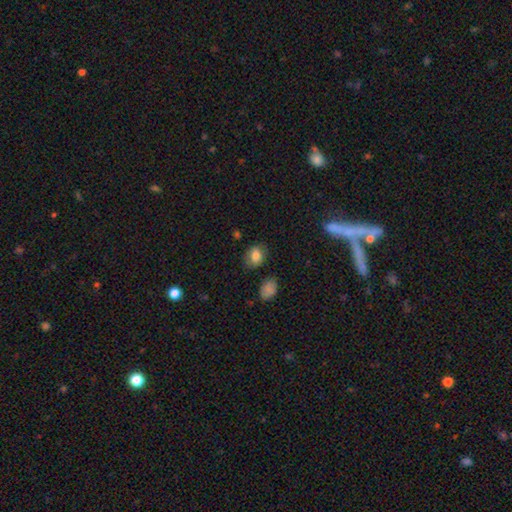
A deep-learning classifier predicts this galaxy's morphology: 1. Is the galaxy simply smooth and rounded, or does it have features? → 81% smooth, 10% featured or disk, 9% star or artifact.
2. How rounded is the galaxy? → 65% in between, 33% round, 1% cigar-shaped.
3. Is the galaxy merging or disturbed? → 78% none, 16% minor disturbance, 4% major disturbance, 2% merger.